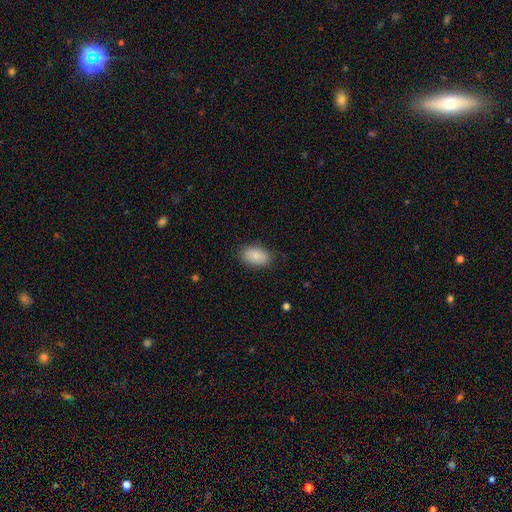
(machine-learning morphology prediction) Smooth or featured: smooth — 86% (star or artifact — 7%)
How rounded: in between — 92% (round — 7%)
Merging: none — 85% (minor disturbance — 11%)